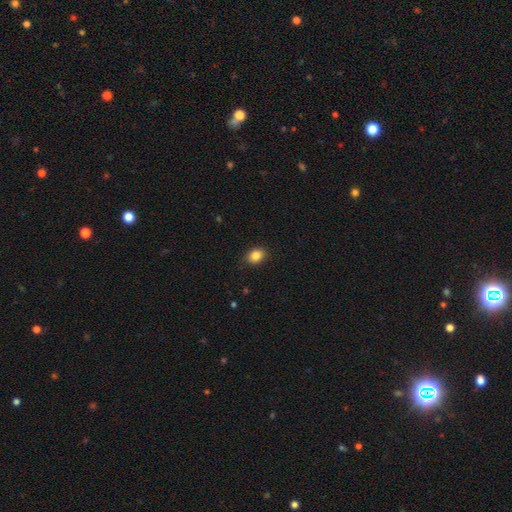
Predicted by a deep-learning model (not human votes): Smooth or featured: smooth — 85% (star or artifact — 10%)
How rounded: in between — 57% (round — 42%)
Merging: none — 87% (minor disturbance — 10%)